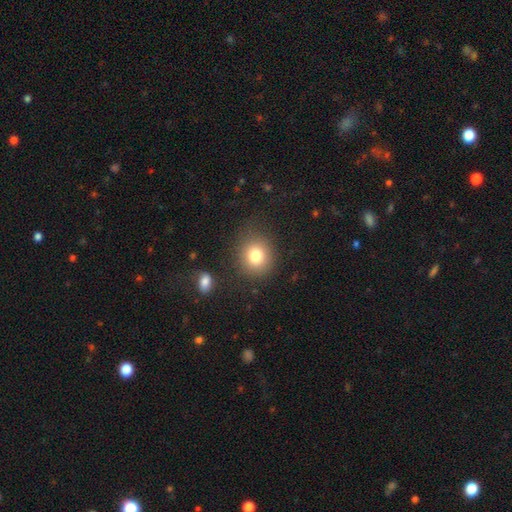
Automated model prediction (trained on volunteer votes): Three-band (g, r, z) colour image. It shows a smooth galaxy with no disk features (79%) that is round (78%). Merging: none (81%).